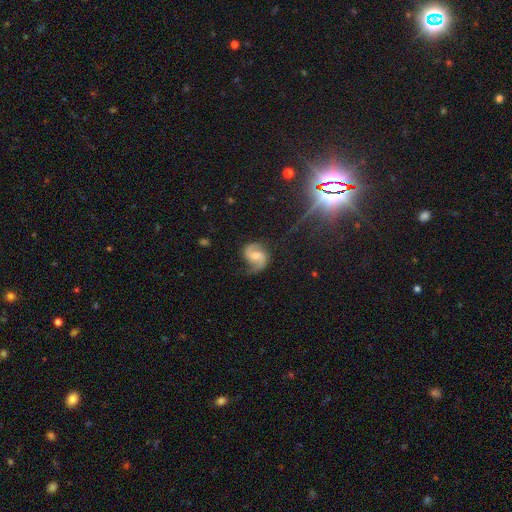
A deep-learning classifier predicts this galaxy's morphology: Smooth or featured? featured or disk (79%)
Edge-on disk? no (98%)
Bar? weak (49%)
Spiral arms? yes (96%)
Spiral winding? medium (47%)
Spiral arm count? 2 (89%)
Bulge size? moderate (47%)
Merging? none (69%)